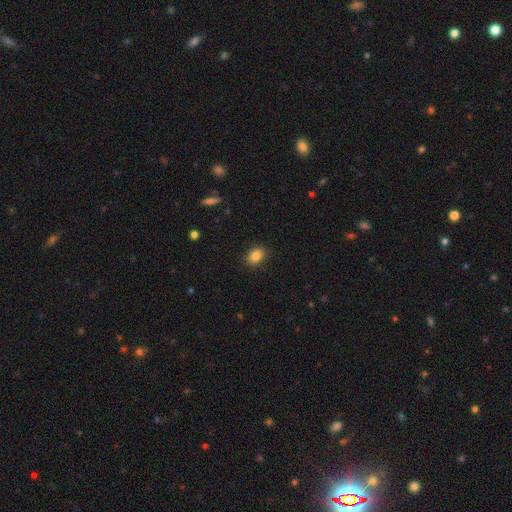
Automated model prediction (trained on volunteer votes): Smooth or featured?
  - smooth: 86% *
  - star or artifact: 9%
  - featured or disk: 4%
How rounded?
  - in between: 71% *
  - round: 28%
  - cigar-shaped: 1%
Merging?
  - none: 87% *
  - minor disturbance: 9%
  - major disturbance: 2%
  - merger: 1%